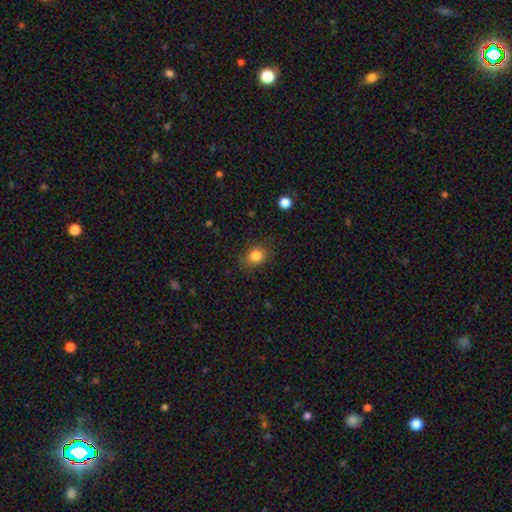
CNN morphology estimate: The model was most divided on "how rounded": in between: 50%, round: 49%, cigar-shaped: 1%. More confident: smooth or featured — smooth (83%); merging — none (83%).